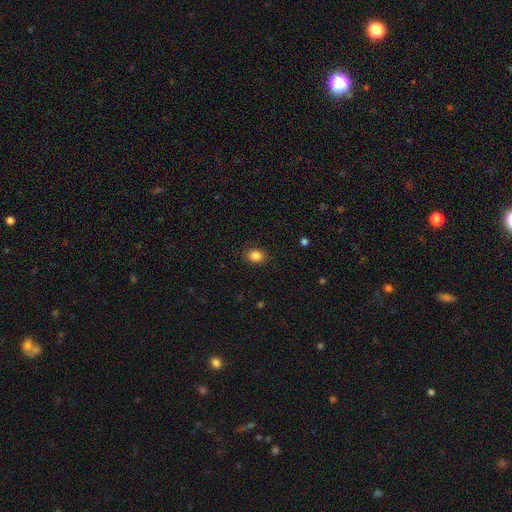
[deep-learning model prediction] A smooth galaxy with no disk features (85%) that is in between round and cigar-shaped (50%). Merging: none (87%).